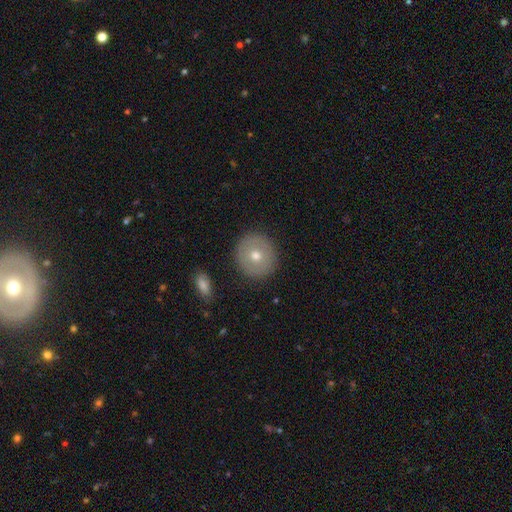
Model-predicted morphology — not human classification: Smooth or featured: smooth — 61% (featured or disk — 30%)
How rounded: round — 92% (in between — 7%)
Merging: none — 90% (minor disturbance — 7%)